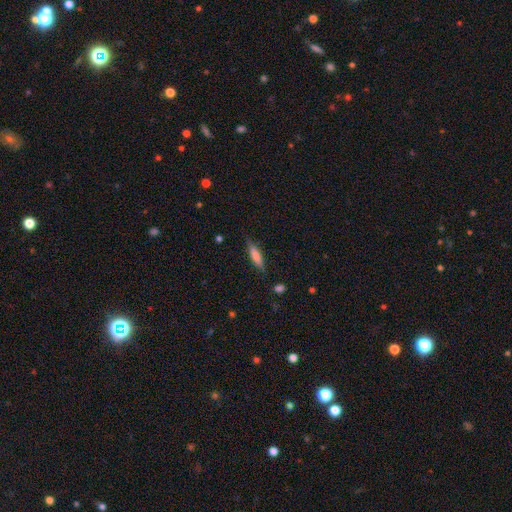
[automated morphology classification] Overall: smooth (69%). How rounded: cigar-shaped (69%). Merging: none (80%).